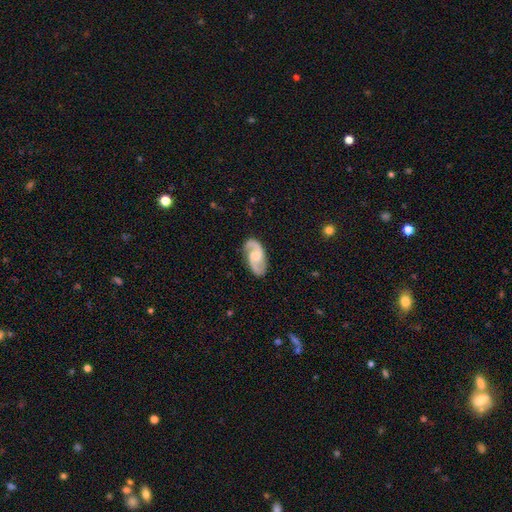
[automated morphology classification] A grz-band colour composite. It shows a featured or disk galaxy (84%) with a weak bar (48%), 2 (91%) medium (51%) spiral arms (97%) and a moderate central bulge (51%). Merging: none (81%).